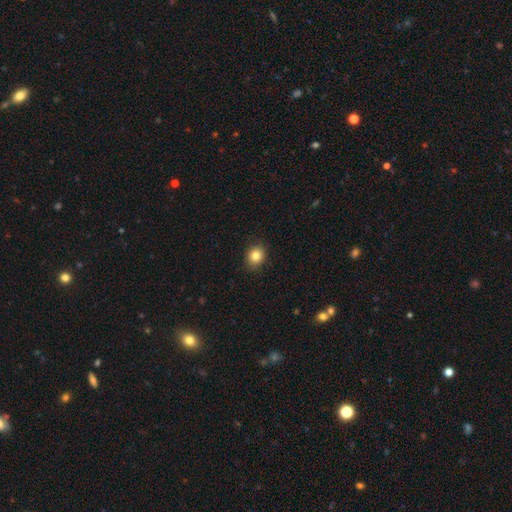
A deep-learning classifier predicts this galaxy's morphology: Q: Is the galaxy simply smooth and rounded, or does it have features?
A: smooth — 84%.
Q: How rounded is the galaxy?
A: round — 65%.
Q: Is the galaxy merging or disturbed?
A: none — 89%.